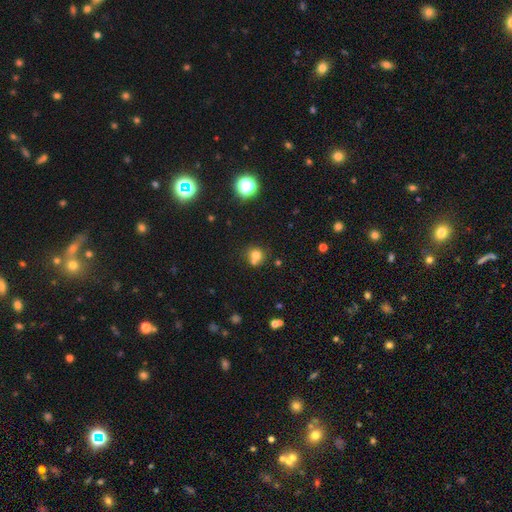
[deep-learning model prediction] The model was most divided on "merging": none: 55%, merger: 32%, minor disturbance: 9%, major disturbance: 3%. More confident: how rounded — round (87%); smooth or featured — smooth (73%).